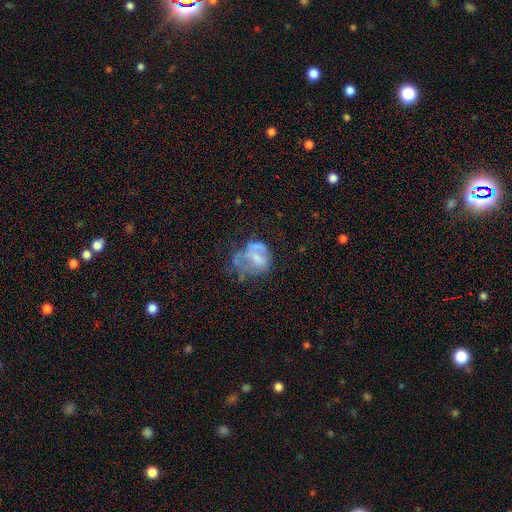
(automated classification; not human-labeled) A featured or disk galaxy (48%).

Vote fractions:
- Smooth or featured? featured or disk: 48% / smooth: 41% / star or artifact: 11%
- Merging? major disturbance: 38% / none: 27% / minor disturbance: 25% / merger: 10%